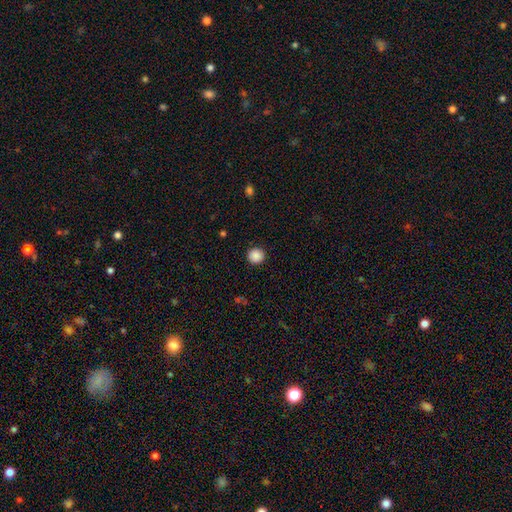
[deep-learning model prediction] smooth 88%, star or artifact 9%, featured or disk 3%. Down the decision tree: how rounded — round (94%); merging — none (92%).